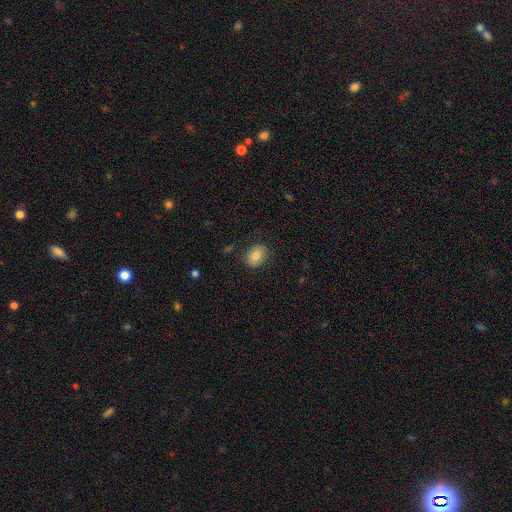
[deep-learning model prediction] A smooth galaxy with no disk features (82%) that is in between round and cigar-shaped (54%).

Vote fractions:
- Smooth or featured? smooth: 82% / featured or disk: 10% / star or artifact: 9%
- How rounded? in between: 54% / round: 45% / cigar-shaped: 1%
- Merging? none: 84% / minor disturbance: 12% / major disturbance: 3% / merger: 1%